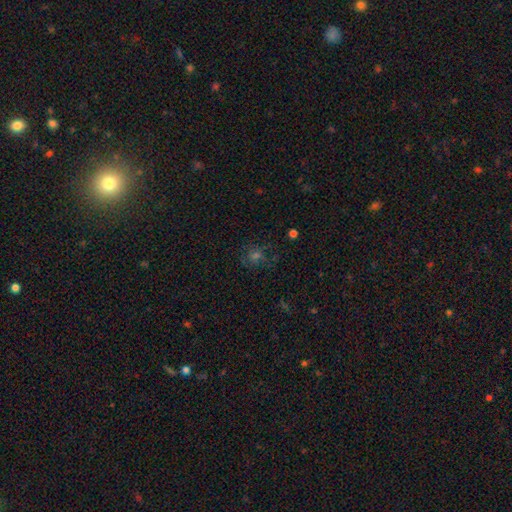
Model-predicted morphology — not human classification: smooth_or_featured: star or artifact (p=0.38) [alt: smooth p=0.37]